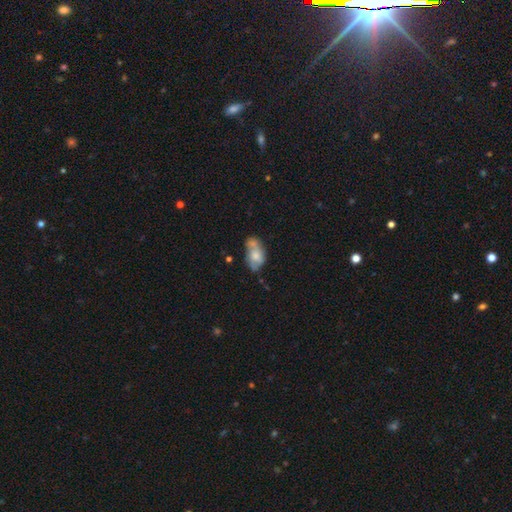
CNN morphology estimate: smooth_or_featured: smooth (p=0.52) [alt: featured or disk p=0.41]
how_rounded: in between (p=0.89) [alt: round p=0.08]
merging: none (p=0.34) [alt: minor disturbance p=0.27]